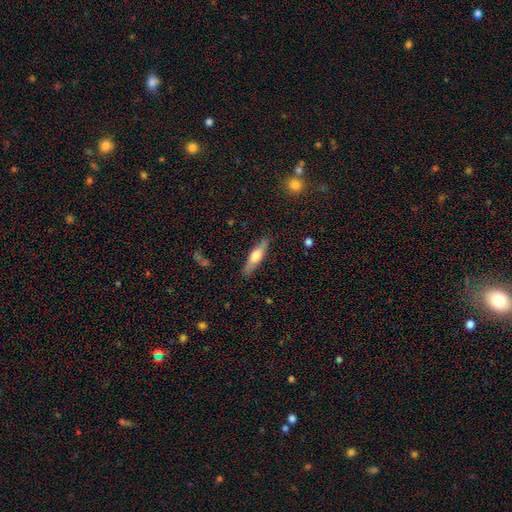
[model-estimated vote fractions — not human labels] Morphology: type=smooth (49%); merging=none (86%).